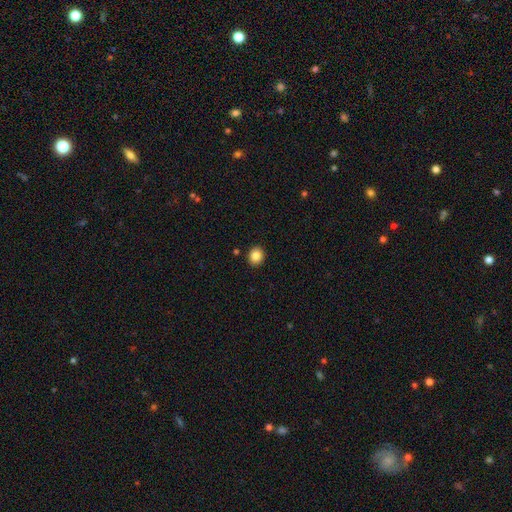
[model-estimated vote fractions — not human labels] A smooth galaxy with no disk features (86%) that is round (71%).

Vote fractions:
- Smooth or featured? smooth: 86% / star or artifact: 9% / featured or disk: 5%
- How rounded? round: 71% / in between: 28% / cigar-shaped: 1%
- Merging? none: 91% / minor disturbance: 6% / major disturbance: 2% / merger: 2%